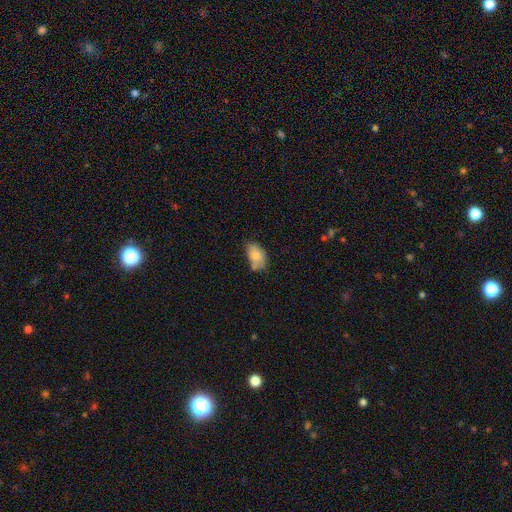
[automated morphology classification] A smooth galaxy with no disk features (80%) that is in between round and cigar-shaped (88%). Merging: none (52%).